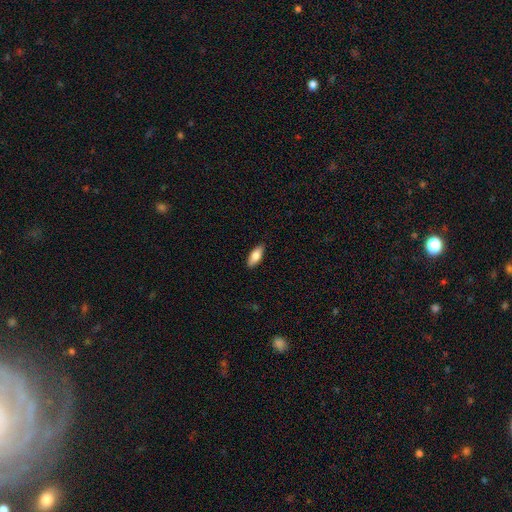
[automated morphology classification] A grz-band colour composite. It shows a smooth galaxy with no disk features (79%) that is in between round and cigar-shaped (78%). Merging: none (88%).